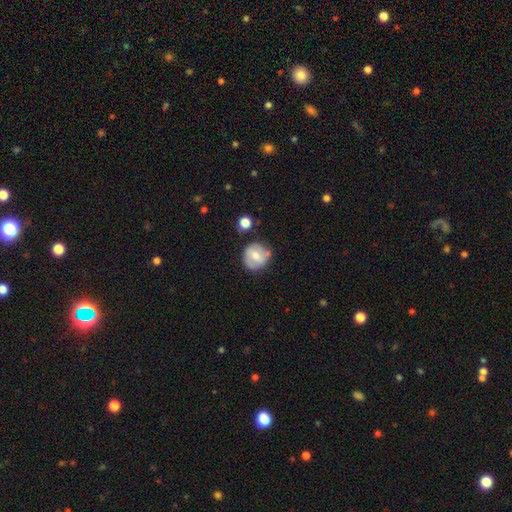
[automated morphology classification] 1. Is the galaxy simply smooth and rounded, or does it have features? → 50% smooth, 42% featured or disk, 8% star or artifact.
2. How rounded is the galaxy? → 86% round, 13% in between, 1% cigar-shaped.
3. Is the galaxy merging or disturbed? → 67% none, 21% minor disturbance, 7% merger, 6% major disturbance.